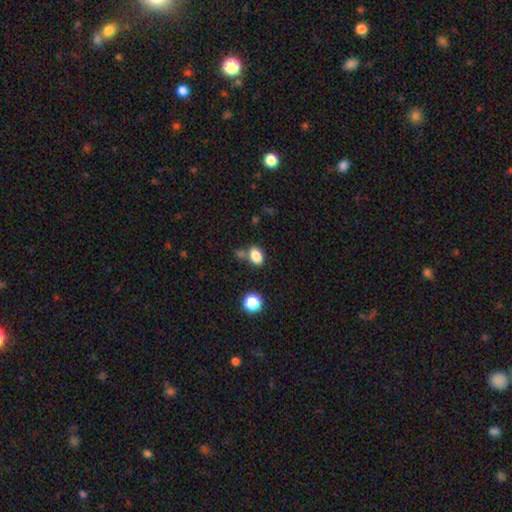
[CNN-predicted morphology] smooth-or-featured: smooth: 84% | star or artifact: 11% | featured or disk: 5%
  how-rounded: in between: 77% | round: 22% | cigar-shaped: 1%
  merging: none: 64% | merger: 17% | minor disturbance: 14% | major disturbance: 4%